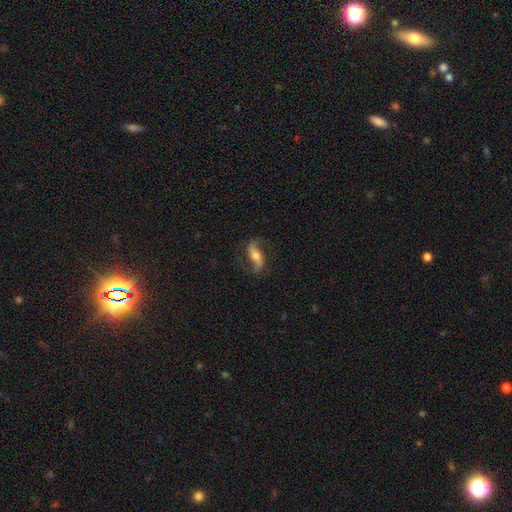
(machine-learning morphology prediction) smooth-or-featured: featured or disk: 78% | smooth: 15% | star or artifact: 6%
  disk-edge-on: no: 91% | yes: 9%
    bar: strong: 37% | no: 33% | weak: 30%
    has-spiral-arms: yes: 94% | no: 6%
      spiral-winding: loose: 67% | medium: 26% | tight: 7%
      spiral-arm-count: 2: 92% | 1: 3% | can't tell: 2% | 3: 1% | 4: 1% | more than 4: 1%
    bulge-size: moderate: 63% | small: 24% | large: 9% | none: 2% | dominant: 2%
  merging: none: 76% | minor disturbance: 14% | major disturbance: 8% | merger: 1%